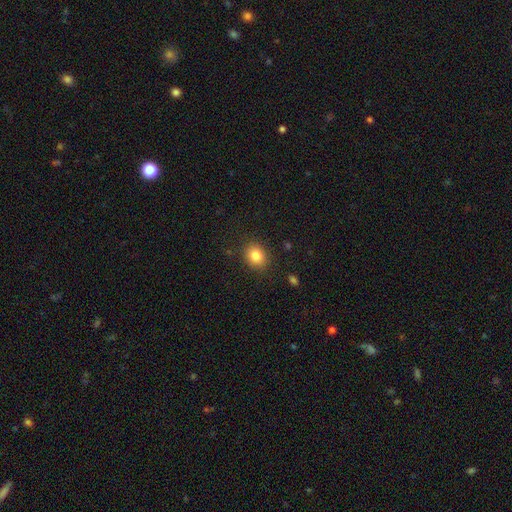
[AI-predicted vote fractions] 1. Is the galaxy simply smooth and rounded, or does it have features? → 83% smooth, 10% star or artifact, 7% featured or disk.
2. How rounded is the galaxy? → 58% round, 41% in between, 1% cigar-shaped.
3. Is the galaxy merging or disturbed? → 88% none, 8% minor disturbance, 3% major disturbance, 1% merger.